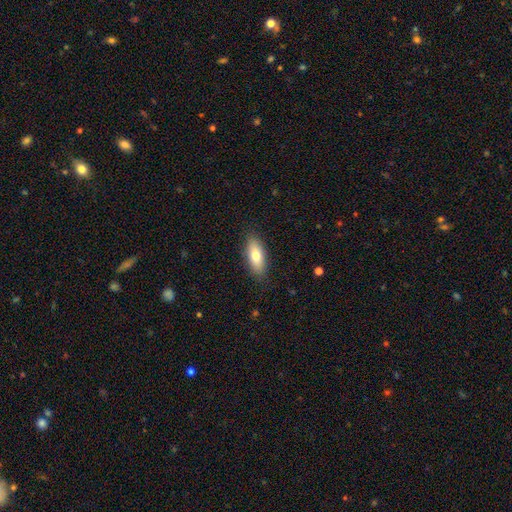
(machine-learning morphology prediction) Overall: smooth (74%). How rounded: in between (75%). Merging: none (87%).